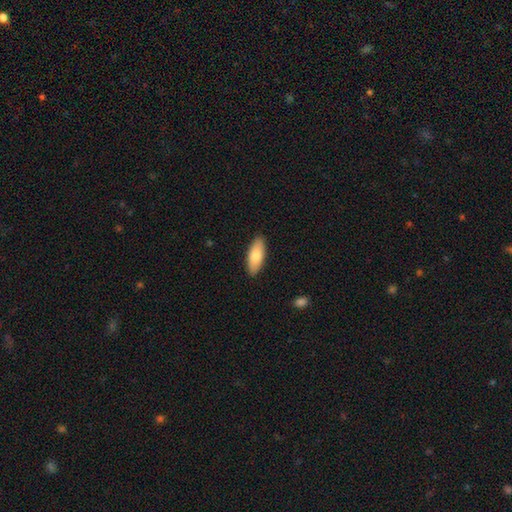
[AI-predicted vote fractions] smooth_or_featured: smooth (p=0.78) [alt: featured or disk p=0.17]
how_rounded: in between (p=0.78) [alt: cigar-shaped p=0.20]
merging: none (p=0.89) [alt: minor disturbance p=0.08]